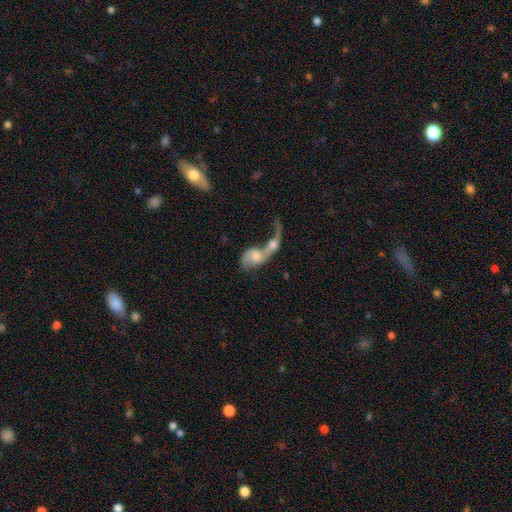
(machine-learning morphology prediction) Smooth or featured? Predicted: featured or disk (p=0.56). Edge-on disk? Predicted: no (p=0.94). Bar? Predicted: no (p=0.61). Spiral arms? Predicted: yes (p=0.73). Bulge size? Predicted: moderate (p=0.43). Merging? Predicted: merger (p=0.81).